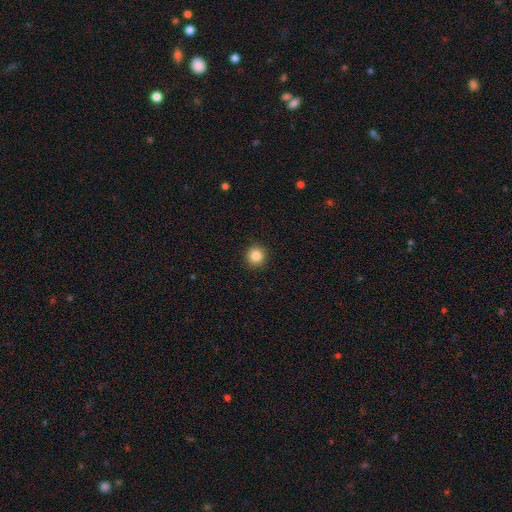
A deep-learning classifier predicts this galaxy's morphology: type=smooth (85%); roundness=round (94%); merging=none (93%).